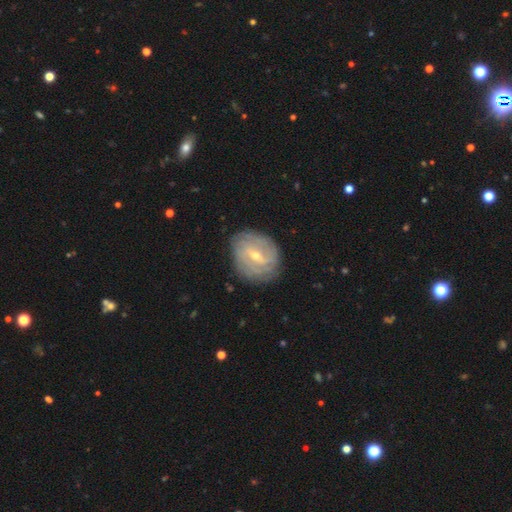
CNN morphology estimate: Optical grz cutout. It shows a featured or disk galaxy (76%) with a weak bar (53%), tight (63%) spiral arms (86%) and a small central bulge (54%). Merging: none (80%).